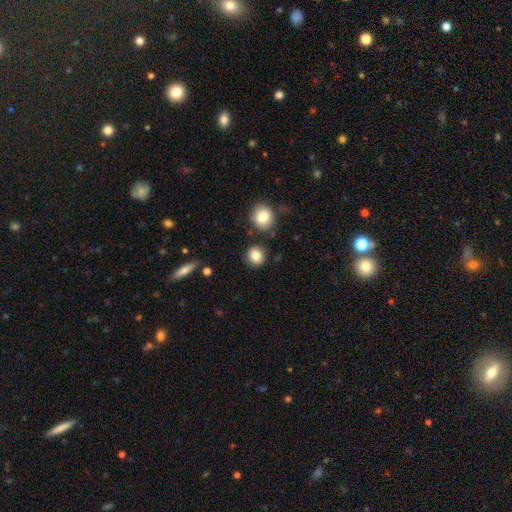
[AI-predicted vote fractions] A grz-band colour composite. It shows a smooth galaxy with no disk features (84%) that is round (85%). Merging: none (87%).